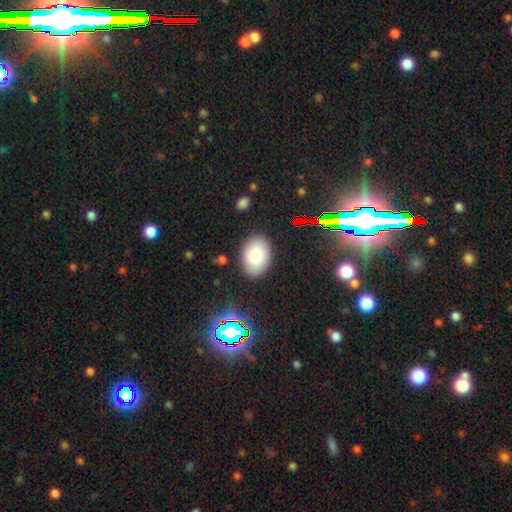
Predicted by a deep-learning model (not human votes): smooth 82%, star or artifact 10%, featured or disk 8%. Down the decision tree: how rounded — in between (79%); merging — none (85%).